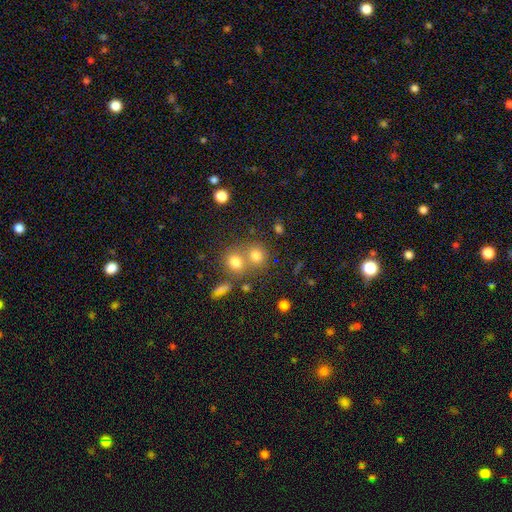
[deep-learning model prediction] Morphology: type=smooth (74%); roundness=round (77%); merging=none (45%).